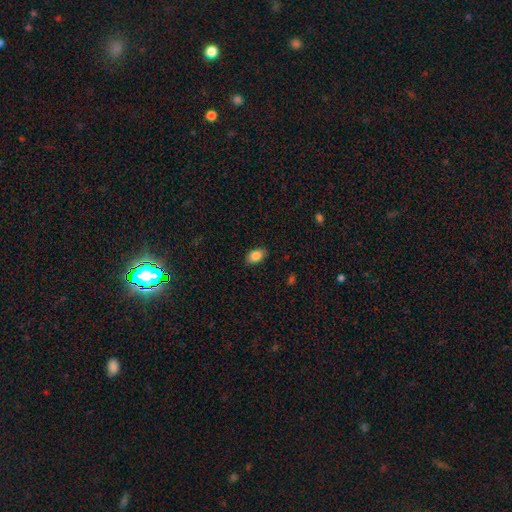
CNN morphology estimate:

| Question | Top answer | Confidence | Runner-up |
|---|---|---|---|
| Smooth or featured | smooth | 86% | star or artifact (8%) |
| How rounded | in between | 89% | round (10%) |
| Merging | none | 86% | minor disturbance (11%) |